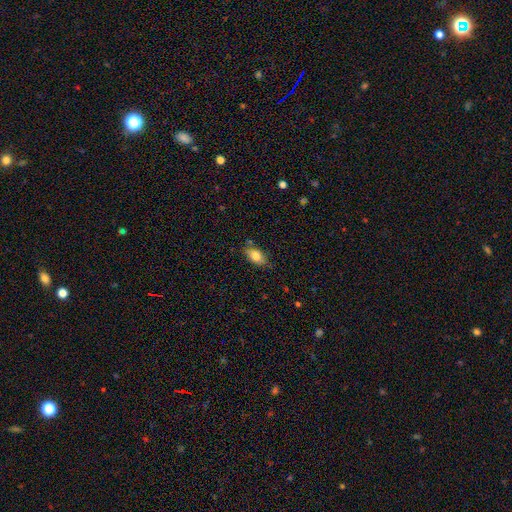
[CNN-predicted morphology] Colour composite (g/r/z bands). It shows a smooth galaxy with no disk features (80%) that is in between round and cigar-shaped (89%). Merging: none (76%).